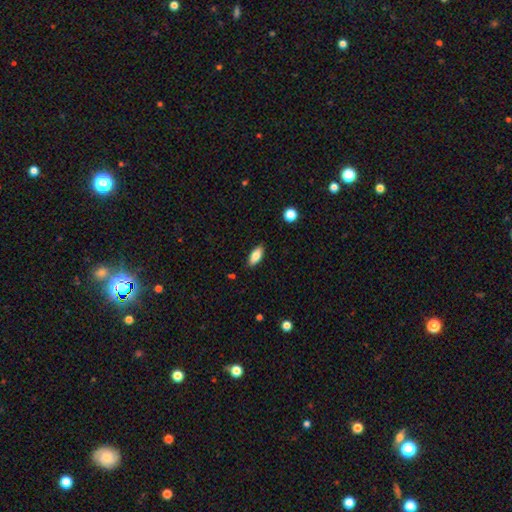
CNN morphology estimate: A smooth galaxy with no disk features (82%) that is in between round and cigar-shaped (85%).

Vote fractions:
- Smooth or featured? smooth: 82% / featured or disk: 11% / star or artifact: 7%
- How rounded? in between: 85% / cigar-shaped: 12% / round: 2%
- Merging? none: 87% / minor disturbance: 10% / major disturbance: 2% / merger: 1%